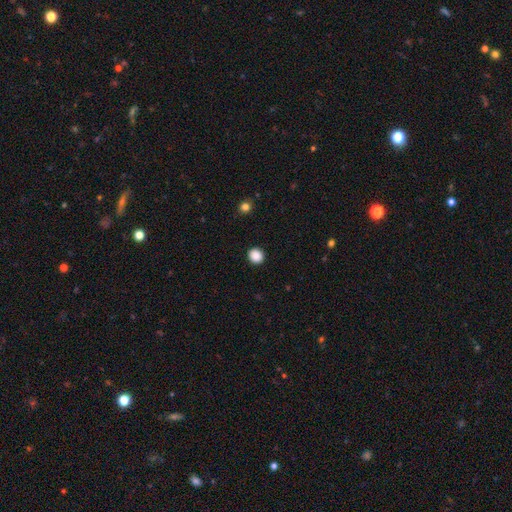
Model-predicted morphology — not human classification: Smooth or featured?
  - smooth: 88% *
  - star or artifact: 9%
  - featured or disk: 2%
How rounded?
  - round: 85% *
  - in between: 14%
  - cigar-shaped: 1%
Merging?
  - none: 92% *
  - minor disturbance: 5%
  - major disturbance: 2%
  - merger: 1%